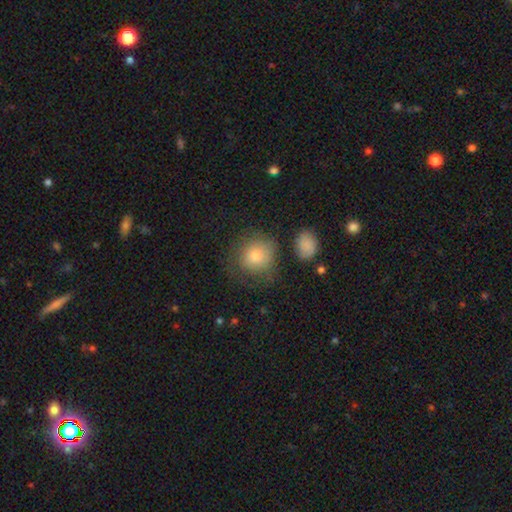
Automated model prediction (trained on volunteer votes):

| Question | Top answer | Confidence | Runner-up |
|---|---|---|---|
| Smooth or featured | smooth | 77% | featured or disk (13%) |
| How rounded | round | 83% | in between (16%) |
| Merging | none | 63% | minor disturbance (21%) |